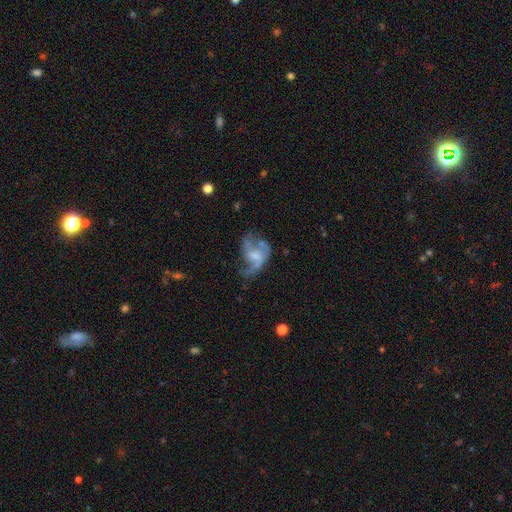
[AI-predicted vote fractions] The model was most divided on "merging": none: 37%, major disturbance: 35%, minor disturbance: 22%, merger: 5%. Remaining: edge-on disk — no (98%); spiral arms — yes (79%); smooth or featured — featured or disk (73%); spiral winding — loose (59%); bar — no (55%); spiral arm count — 2 (51%); bulge size — small (43%).